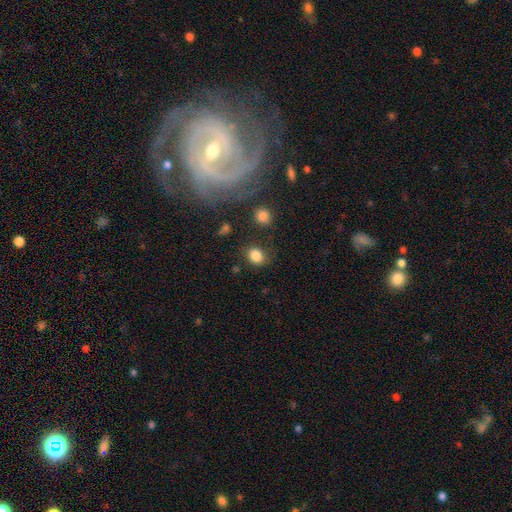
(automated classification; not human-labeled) A smooth galaxy with no disk features (84%) that is round (51%).

Vote fractions:
- Smooth or featured? smooth: 84% / star or artifact: 10% / featured or disk: 6%
- How rounded? round: 51% / in between: 48% / cigar-shaped: 1%
- Merging? none: 73% / minor disturbance: 17% / major disturbance: 6% / merger: 4%